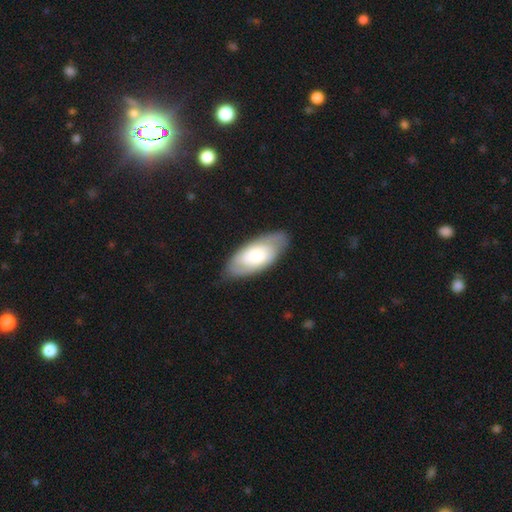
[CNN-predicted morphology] Overall: smooth (54%; featured or disk 41%). How rounded: in between (89%). Merging: none (79%).